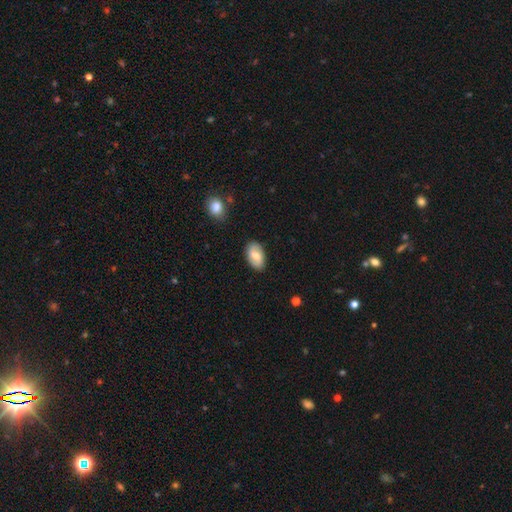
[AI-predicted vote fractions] Smooth or featured?
  - smooth: 52% *
  - featured or disk: 41%
  - star or artifact: 6%
How rounded?
  - in between: 92% *
  - round: 6%
  - cigar-shaped: 2%
Merging?
  - none: 86% *
  - minor disturbance: 11%
  - major disturbance: 2%
  - merger: 1%